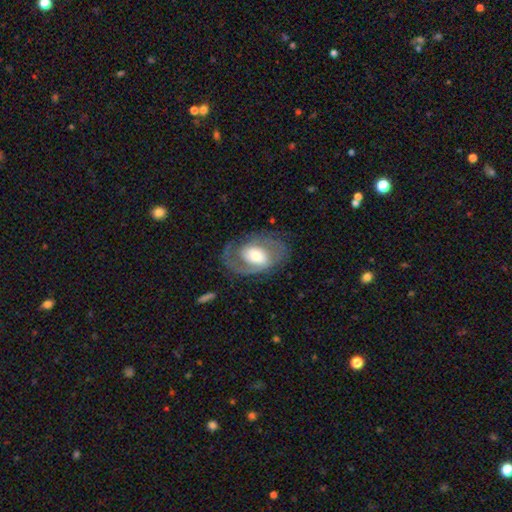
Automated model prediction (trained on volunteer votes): Morphology: type=featured or disk (77%); edge-on=no (97%); bar=no (51%); spiral arms=yes (87%); winding=medium (44%); arm count=2 (70%); bulge=moderate (46%); merging=none (67%).